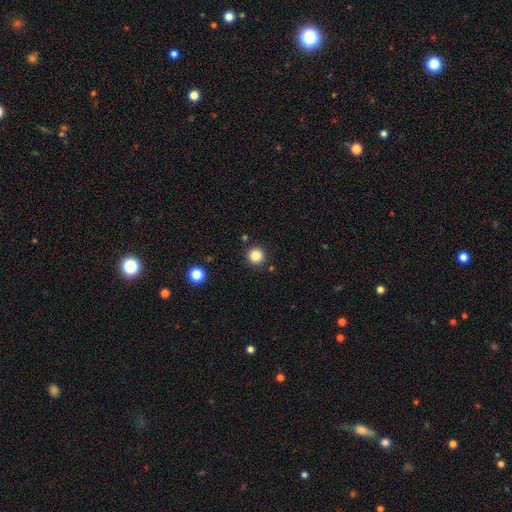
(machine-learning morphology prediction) A smooth galaxy with no disk features (86%) that is round (95%).

Vote fractions:
- Smooth or featured? smooth: 86% / star or artifact: 11% / featured or disk: 3%
- How rounded? round: 95% / in between: 4% / cigar-shaped: 1%
- Merging? none: 90% / minor disturbance: 6% / merger: 2% / major disturbance: 2%